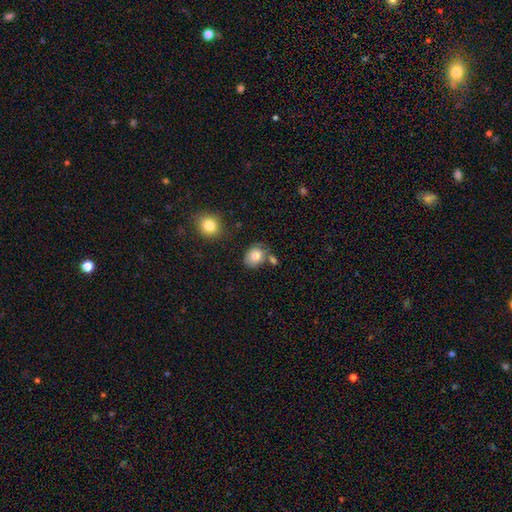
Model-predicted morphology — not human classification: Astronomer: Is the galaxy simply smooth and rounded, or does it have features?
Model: smooth — 82%.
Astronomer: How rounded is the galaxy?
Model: in between — 57% (runner-up: round, 42%).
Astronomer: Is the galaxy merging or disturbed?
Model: none — 59%.